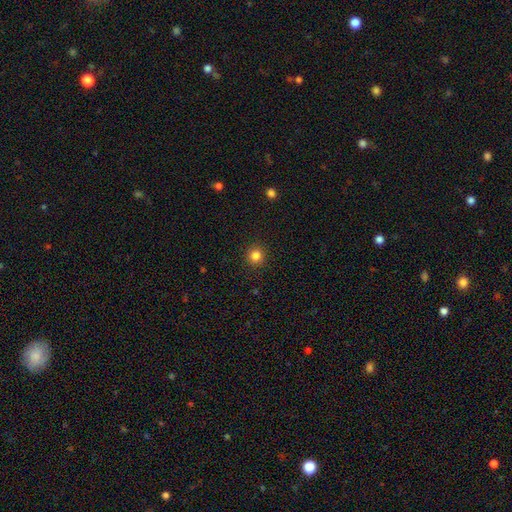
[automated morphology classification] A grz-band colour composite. It shows a smooth galaxy with no disk features (84%) that is round (94%). Merging: none (92%).